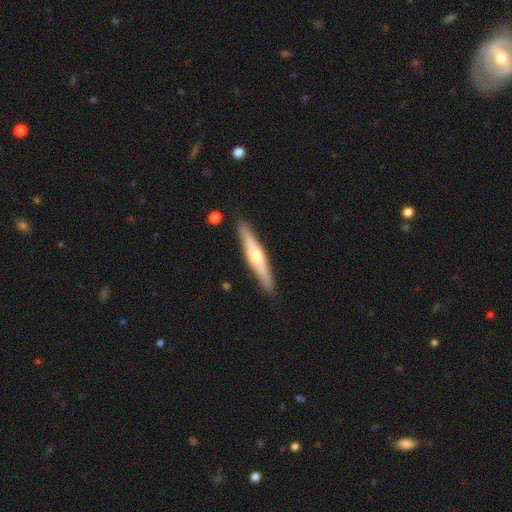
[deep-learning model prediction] Q: Smooth or featured?
A: featured or disk (62%); runner-up: smooth (32%)
Q: Edge-on disk?
A: yes (95%); runner-up: no (5%)
Q: Edge-on bulge?
A: rounded (86%); runner-up: none (9%)
Q: Merging?
A: none (89%); runner-up: minor disturbance (8%)